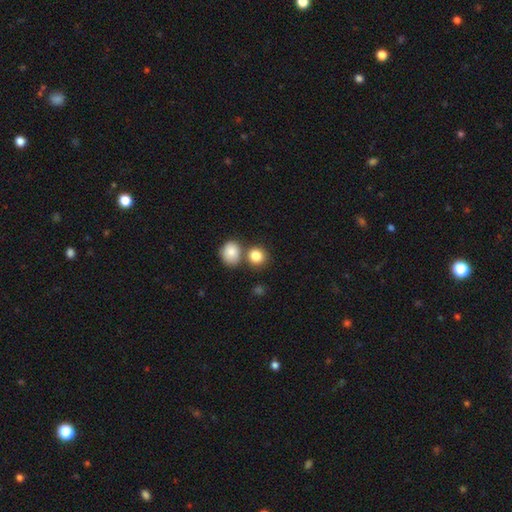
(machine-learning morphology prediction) Smooth or featured? smooth (84%)
How rounded? round (82%)
Merging? none (61%)